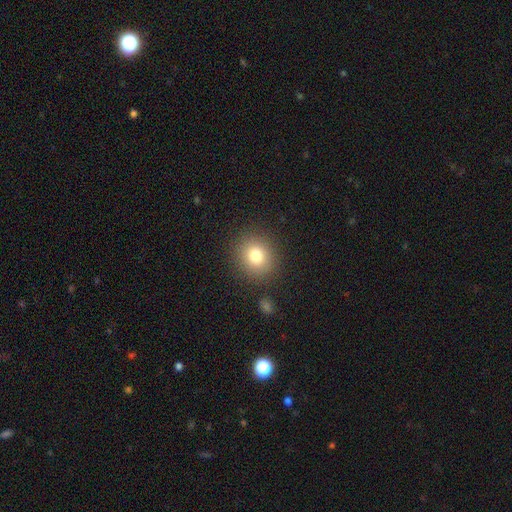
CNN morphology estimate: A smooth galaxy with no disk features (79%) that is round (81%). Merging: none (87%).